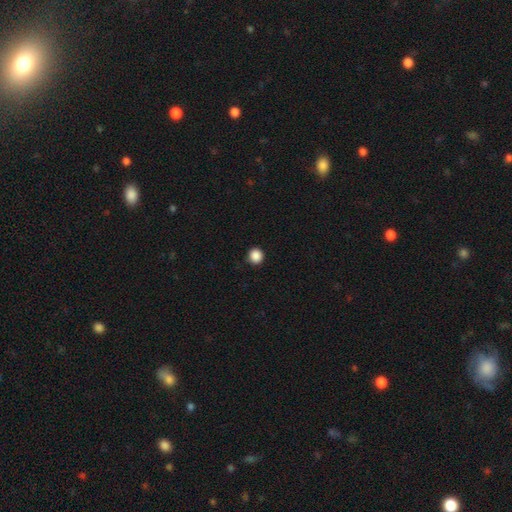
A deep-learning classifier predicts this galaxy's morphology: This appears to be a smooth galaxy with no disk features (88%) that is round (93%). Merging: none (92%).